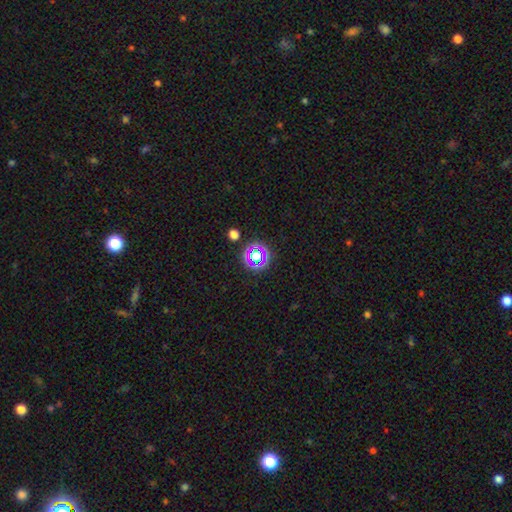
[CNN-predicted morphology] type=star or artifact (53%).